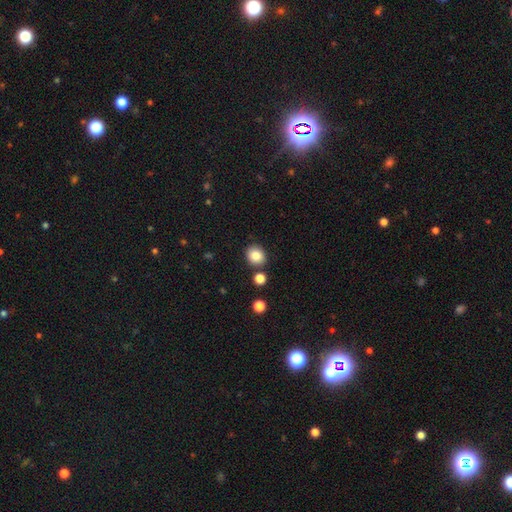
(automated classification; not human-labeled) The model was most divided on "how rounded": round: 72%, in between: 27%, cigar-shaped: 1%. More confident: smooth or featured — smooth (85%); merging — none (84%).